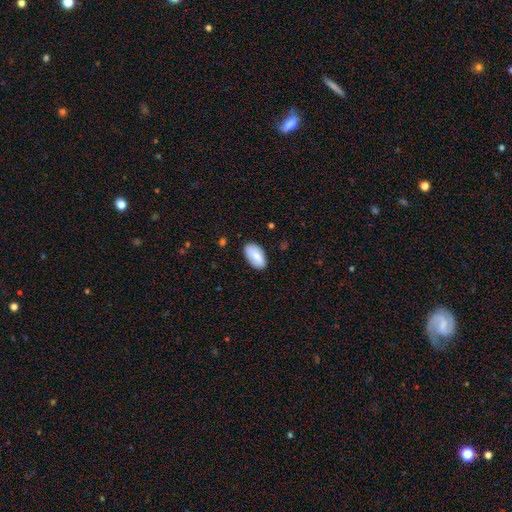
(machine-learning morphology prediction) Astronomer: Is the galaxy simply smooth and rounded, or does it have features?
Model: smooth — 79%.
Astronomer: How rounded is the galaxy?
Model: in between — 95%.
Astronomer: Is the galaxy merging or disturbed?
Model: none — 84%.